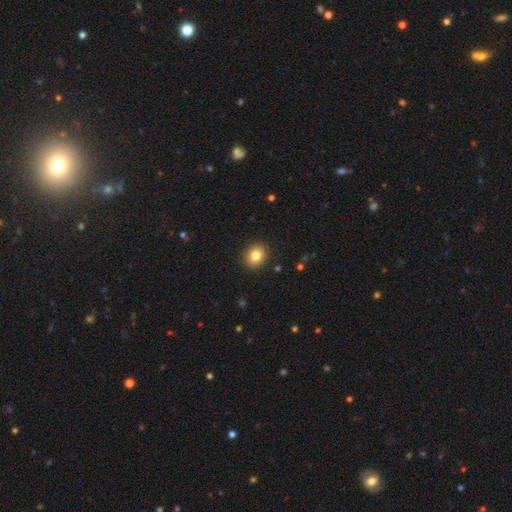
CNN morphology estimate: Smooth or featured?
  - smooth: 82% *
  - star or artifact: 10%
  - featured or disk: 8%
How rounded?
  - round: 68% *
  - in between: 31%
  - cigar-shaped: 1%
Merging?
  - none: 91% *
  - minor disturbance: 6%
  - major disturbance: 2%
  - merger: 1%